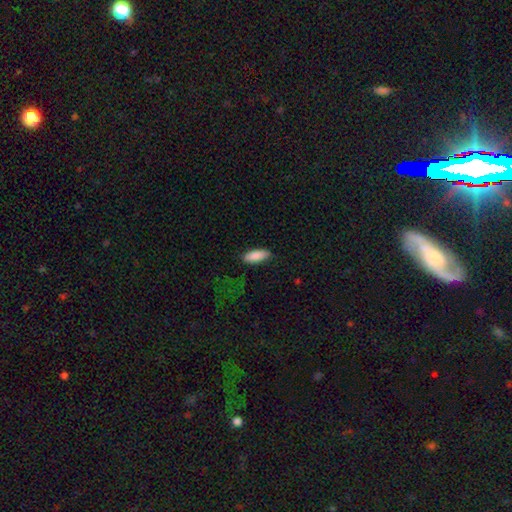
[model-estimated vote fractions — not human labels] Smooth or featured?
  - smooth: 88% *
  - featured or disk: 6%
  - star or artifact: 6%
How rounded?
  - in between: 71% *
  - cigar-shaped: 27%
  - round: 2%
Merging?
  - none: 80% *
  - minor disturbance: 15%
  - major disturbance: 4%
  - merger: 1%